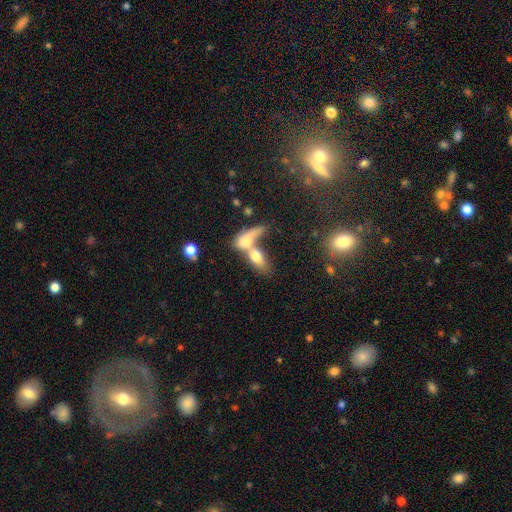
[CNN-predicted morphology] Smooth or featured?
  - smooth: 69% *
  - featured or disk: 23%
  - star or artifact: 8%
How rounded?
  - in between: 74% *
  - cigar-shaped: 16%
  - round: 9%
Merging?
  - merger: 71% *
  - none: 16%
  - major disturbance: 7%
  - minor disturbance: 6%